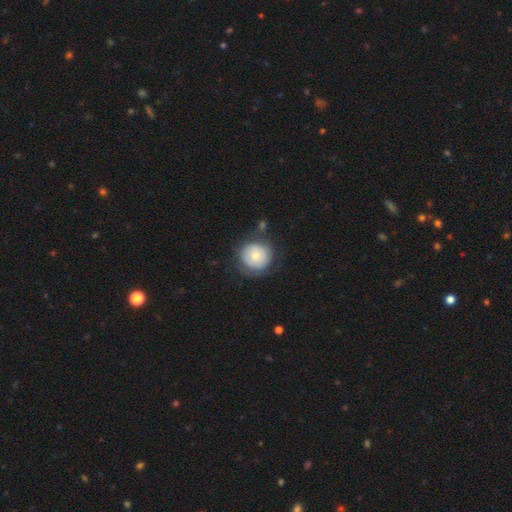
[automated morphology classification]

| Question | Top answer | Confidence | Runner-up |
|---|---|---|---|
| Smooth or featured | smooth | 65% | featured or disk (28%) |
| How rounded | round | 93% | in between (6%) |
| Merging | none | 65% | minor disturbance (21%) |